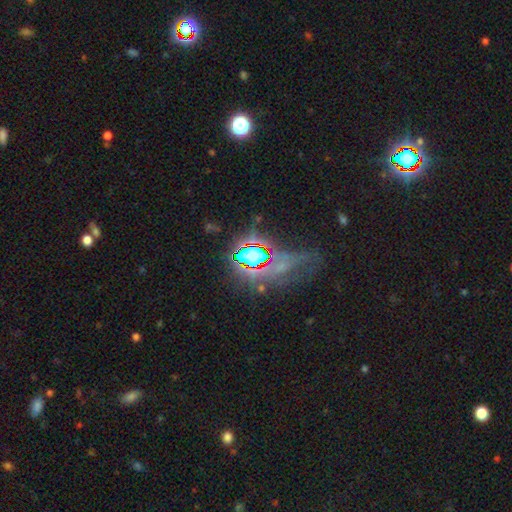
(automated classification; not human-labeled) This is likely a star or artifact rather than a galaxy (68%).